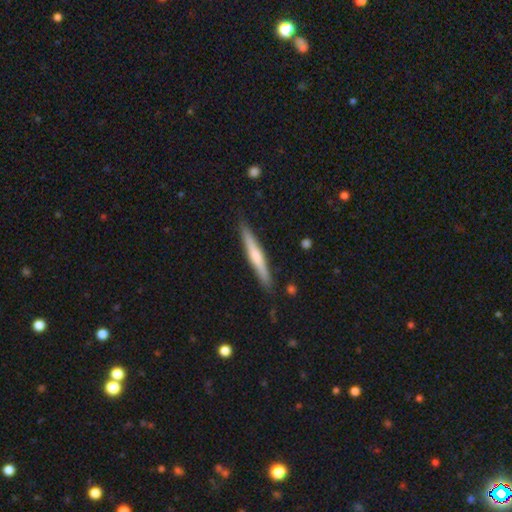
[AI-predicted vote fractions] A smooth galaxy with no disk features (47%, tied with featured or disk).

Vote fractions:
- Smooth or featured? smooth: 47% (tied) / featured or disk: 47% (tied) / star or artifact: 6%
- Merging? none: 89% / minor disturbance: 8% / major disturbance: 2% / merger: 1%